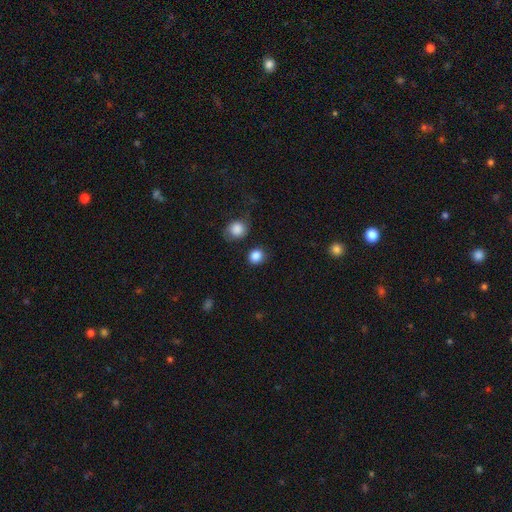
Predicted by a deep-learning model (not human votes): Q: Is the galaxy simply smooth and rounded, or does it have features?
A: smooth — 86%.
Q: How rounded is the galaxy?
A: round — 83%.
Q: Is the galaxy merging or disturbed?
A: none — 80%.